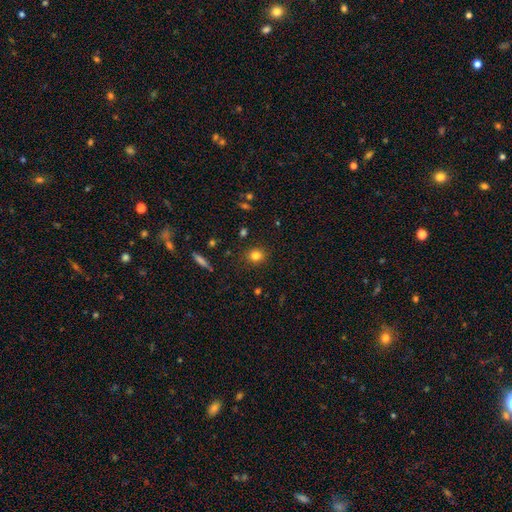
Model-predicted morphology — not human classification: smooth 80%, star or artifact 12%, featured or disk 7%. Down the decision tree: how rounded — round (76%); merging — none (88%).